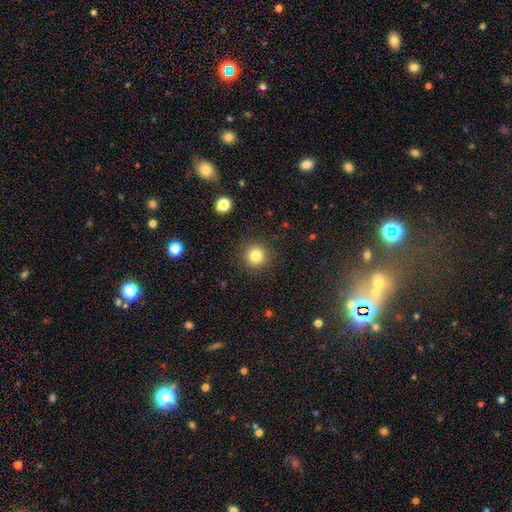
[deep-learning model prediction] Q: Smooth or featured?
A: smooth (82%); runner-up: star or artifact (12%)
Q: How rounded?
A: round (95%); runner-up: in between (5%)
Q: Merging?
A: none (91%); runner-up: minor disturbance (6%)